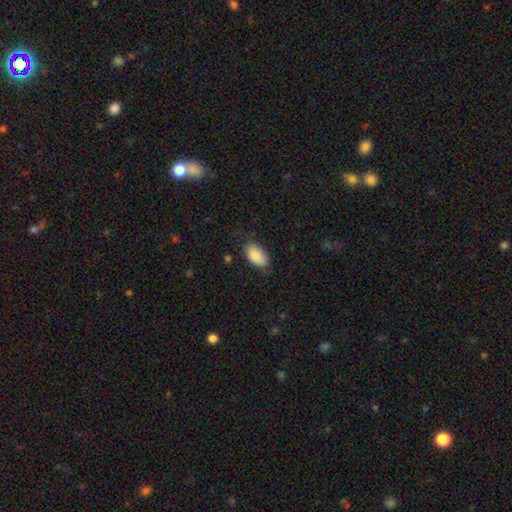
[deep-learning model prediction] Smooth or featured: smooth — 87% (star or artifact — 7%)
How rounded: in between — 94% (round — 4%)
Merging: none — 78% (minor disturbance — 17%)